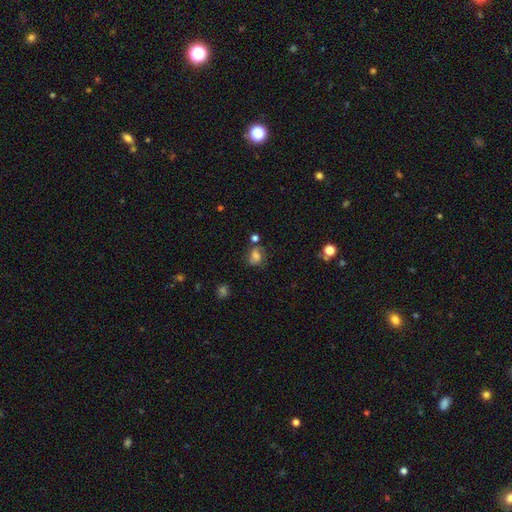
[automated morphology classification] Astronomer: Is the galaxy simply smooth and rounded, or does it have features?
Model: smooth — 61%.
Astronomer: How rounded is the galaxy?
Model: in between — 55% (runner-up: round, 44%).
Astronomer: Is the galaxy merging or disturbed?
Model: none — 52%.